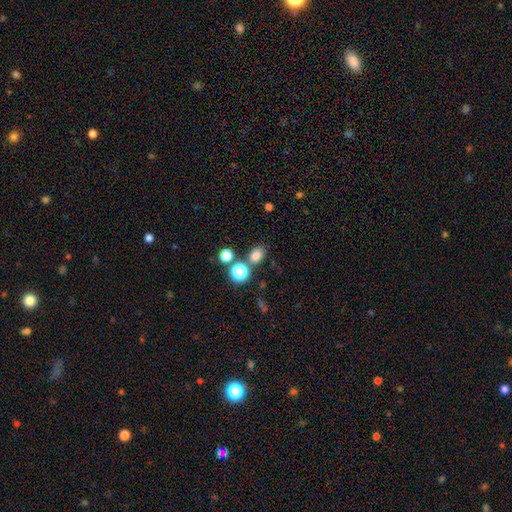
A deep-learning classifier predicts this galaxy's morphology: smooth 77%, star or artifact 17%, featured or disk 6%. Down the decision tree: how rounded — in between (62%); merging — none (71%).